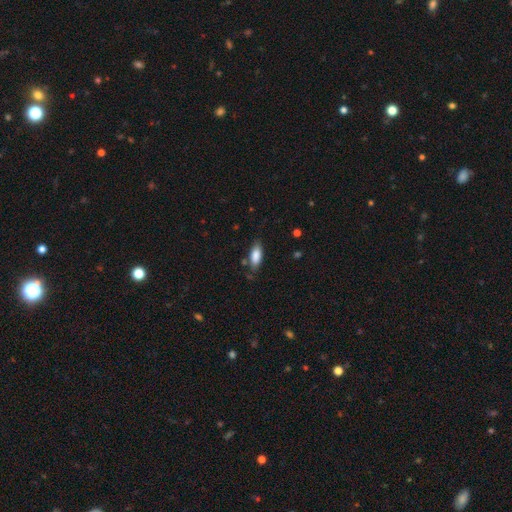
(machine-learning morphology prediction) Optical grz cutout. It shows a smooth galaxy with no disk features (84%) that is in between round and cigar-shaped (79%). Merging: none (74%).